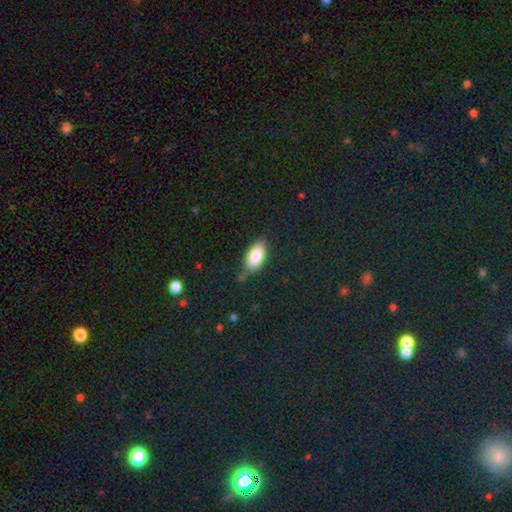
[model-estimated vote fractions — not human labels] Smooth or featured: smooth — 85% (featured or disk — 8%)
How rounded: in between — 92% (cigar-shaped — 5%)
Merging: none — 75% (minor disturbance — 18%)